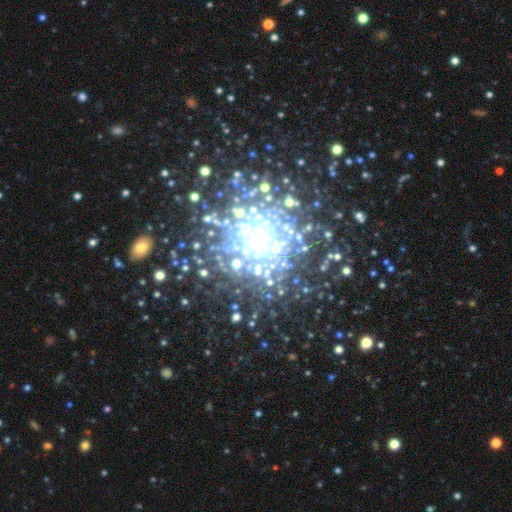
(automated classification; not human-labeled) Overall: featured or disk (50%; star or artifact 37%). Merging: none (64%).